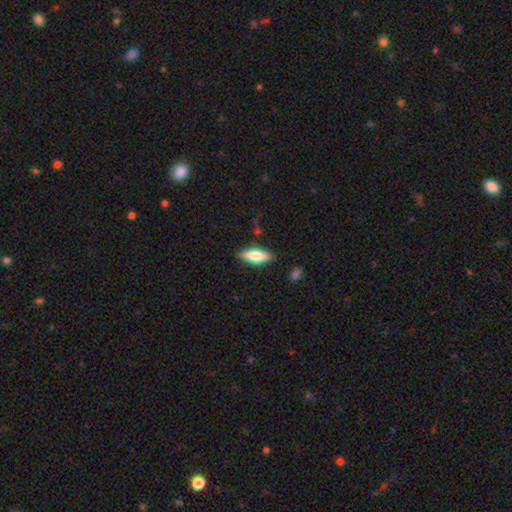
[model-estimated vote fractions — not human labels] This appears to be a smooth galaxy with no disk features (60%) that is in between round and cigar-shaped (56%). Merging: none (84%).